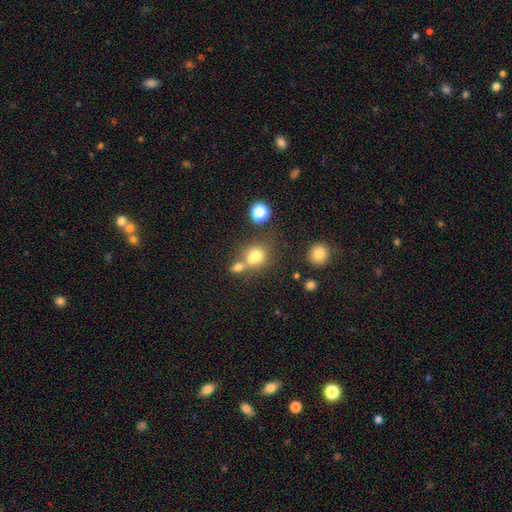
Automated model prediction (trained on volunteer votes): This appears to be a smooth galaxy with no disk features (72%) that is round (75%). Merging: merger (46%).